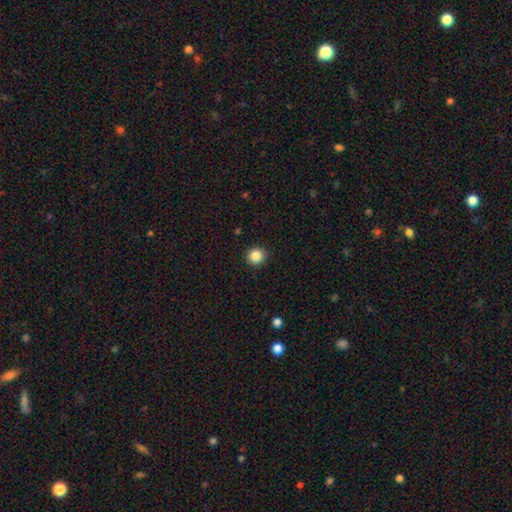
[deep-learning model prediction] Q: Smooth or featured?
A: smooth (85%); runner-up: star or artifact (11%)
Q: How rounded?
A: round (90%); runner-up: in between (9%)
Q: Merging?
A: none (91%); runner-up: minor disturbance (7%)